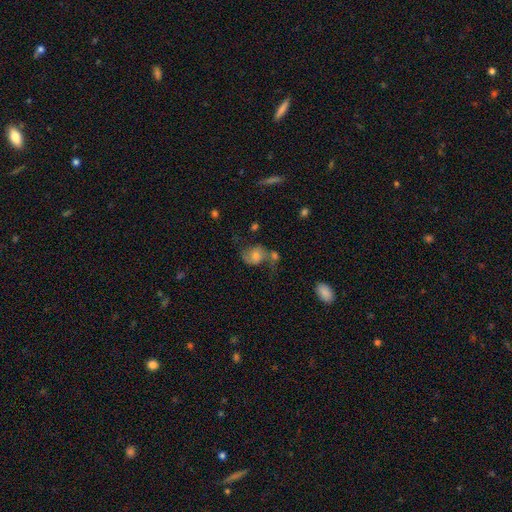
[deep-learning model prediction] Q: Smooth or featured?
A: featured or disk (53%); runner-up: smooth (36%)
Q: Edge-on disk?
A: no (97%); runner-up: yes (3%)
Q: Bar?
A: no (66%); runner-up: weak (28%)
Q: Spiral arms?
A: yes (84%); runner-up: no (16%)
Q: Bulge size?
A: moderate (53%); runner-up: small (27%)
Q: Merging?
A: none (38%); runner-up: merger (27%)